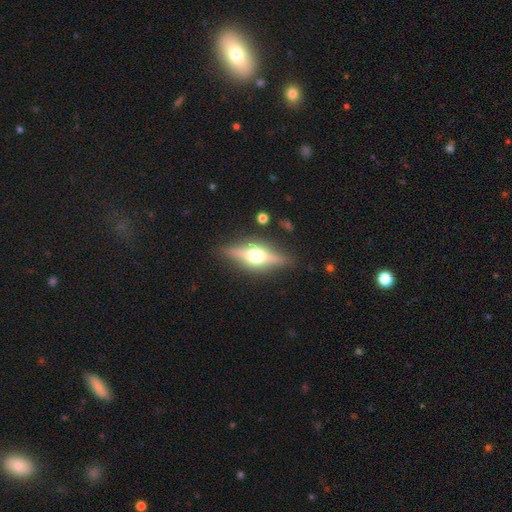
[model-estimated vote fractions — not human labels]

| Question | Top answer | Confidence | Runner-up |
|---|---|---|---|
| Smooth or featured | featured or disk | 70% | smooth (22%) |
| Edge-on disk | yes | 94% | no (6%) |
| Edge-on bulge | rounded | 94% | boxy (5%) |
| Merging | none | 85% | minor disturbance (11%) |